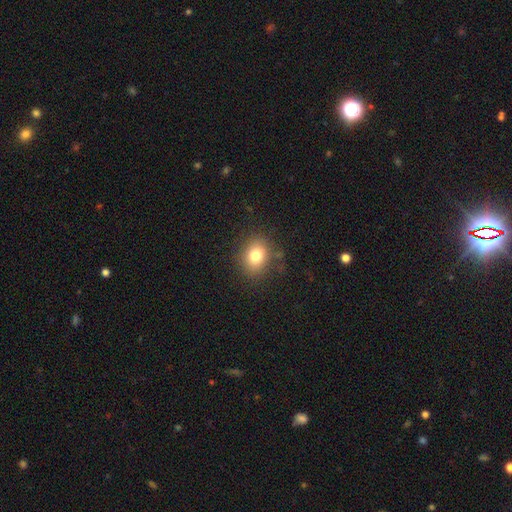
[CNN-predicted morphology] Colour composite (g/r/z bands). It shows a smooth galaxy with no disk features (78%) that is round (56%). Merging: none (82%).